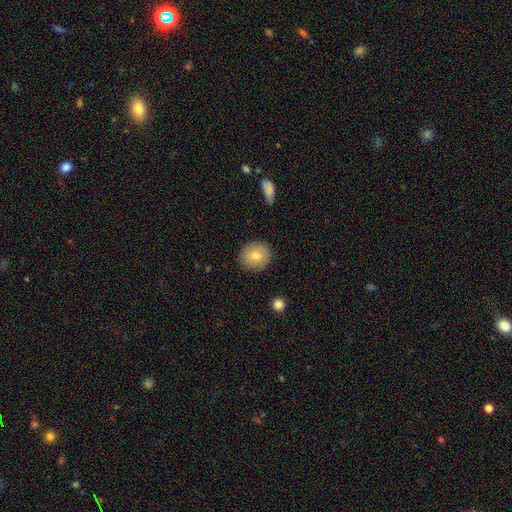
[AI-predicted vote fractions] smooth_or_featured: smooth (p=0.77) [alt: featured or disk p=0.15]
how_rounded: round (p=0.79) [alt: in between p=0.20]
merging: none (p=0.88) [alt: minor disturbance p=0.09]